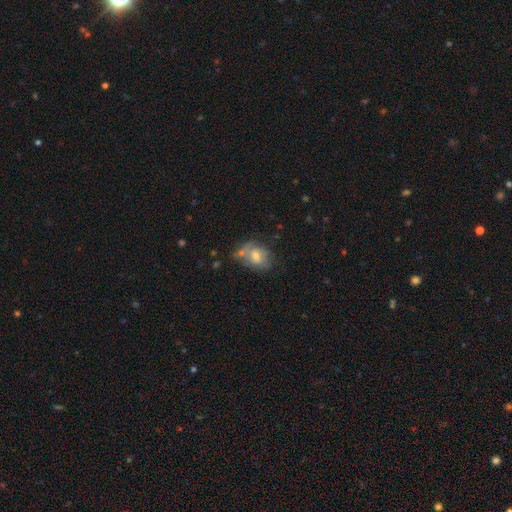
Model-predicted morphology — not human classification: smooth-or-featured: smooth: 54% | featured or disk: 34% | star or artifact: 12%
  how-rounded: in between: 65% | round: 34% | cigar-shaped: 2%
  merging: none: 45% | minor disturbance: 24% | merger: 20% | major disturbance: 11%